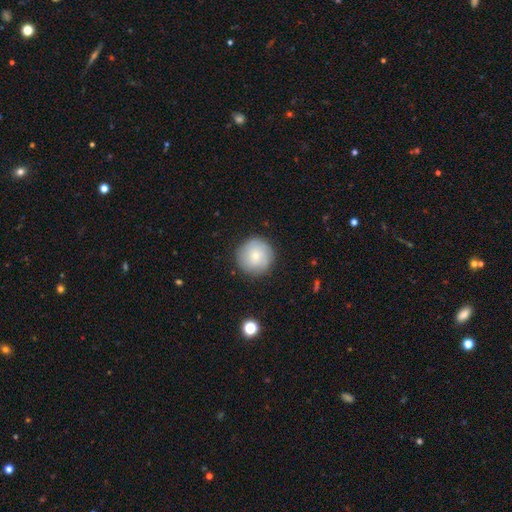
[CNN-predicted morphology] Smooth or featured? Predicted: smooth (p=0.67). How rounded? Predicted: round (p=0.96). Merging? Predicted: none (p=0.86).